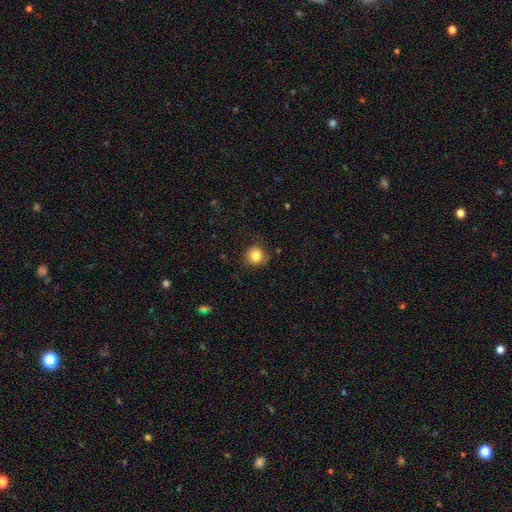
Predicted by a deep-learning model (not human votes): A smooth galaxy with no disk features (83%) that is round (89%).

Vote fractions:
- Smooth or featured? smooth: 83% / star or artifact: 11% / featured or disk: 6%
- How rounded? round: 89% / in between: 10% / cigar-shaped: 1%
- Merging? none: 83% / minor disturbance: 13% / major disturbance: 3% / merger: 1%